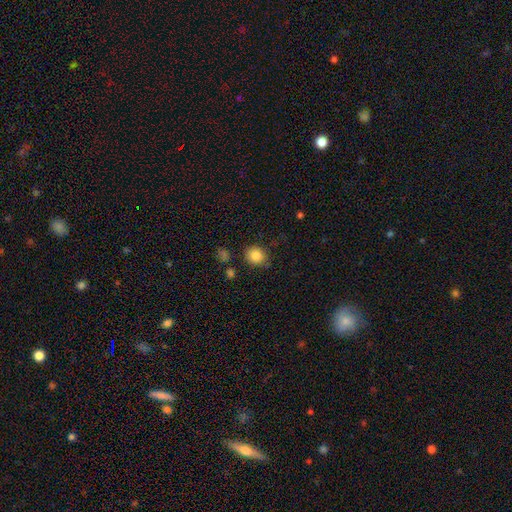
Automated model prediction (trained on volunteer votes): A smooth galaxy with no disk features (85%) that is round (78%).

Vote fractions:
- Smooth or featured? smooth: 85% / star or artifact: 10% / featured or disk: 6%
- How rounded? round: 78% / in between: 21% / cigar-shaped: 1%
- Merging? none: 80% / minor disturbance: 13% / major disturbance: 3% / merger: 3%